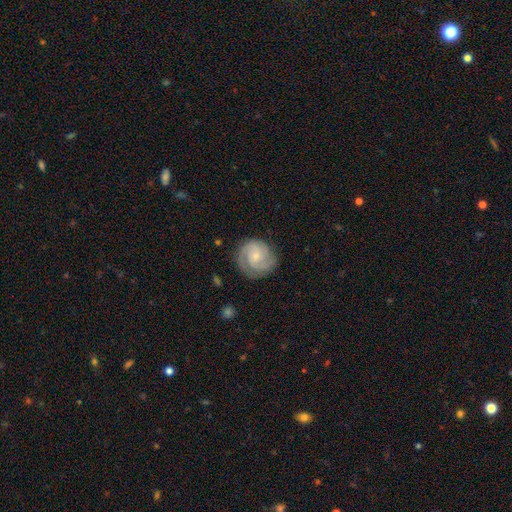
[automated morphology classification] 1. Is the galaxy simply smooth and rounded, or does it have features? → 78% featured or disk, 17% smooth, 5% star or artifact.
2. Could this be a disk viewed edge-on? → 98% no, 2% yes.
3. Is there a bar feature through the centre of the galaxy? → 69% no, 27% weak, 4% strong.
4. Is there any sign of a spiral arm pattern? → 96% yes, 4% no.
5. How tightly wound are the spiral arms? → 58% tight, 35% medium, 7% loose.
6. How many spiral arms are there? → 48% 2, 24% 3, 15% can't tell, 5% 1, 4% 4, 4% more than 4.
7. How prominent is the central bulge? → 76% small, 18% moderate, 4% none, 1% large, 1% dominant.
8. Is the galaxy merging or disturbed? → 78% none, 15% minor disturbance, 5% major disturbance, 1% merger.